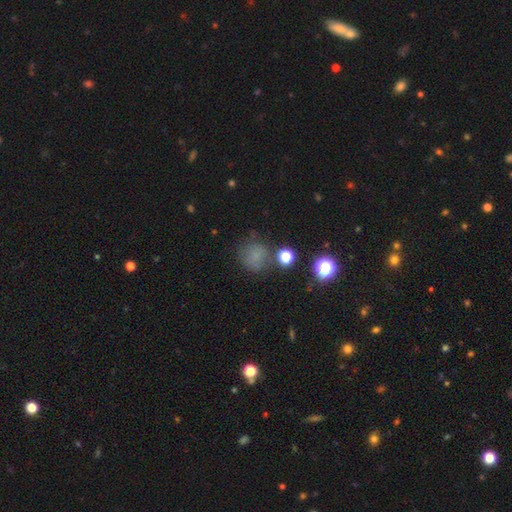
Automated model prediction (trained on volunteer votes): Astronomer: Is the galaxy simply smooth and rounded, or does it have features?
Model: smooth — 68%.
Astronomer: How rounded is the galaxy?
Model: round — 87%.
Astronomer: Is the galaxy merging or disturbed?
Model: none — 67%.